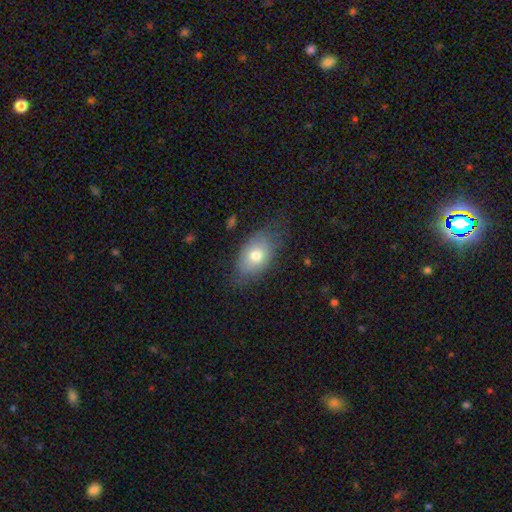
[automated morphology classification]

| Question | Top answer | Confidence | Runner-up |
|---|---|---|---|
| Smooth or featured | smooth | 73% | featured or disk (19%) |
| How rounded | in between | 86% | round (12%) |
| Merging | none | 67% | minor disturbance (24%) |